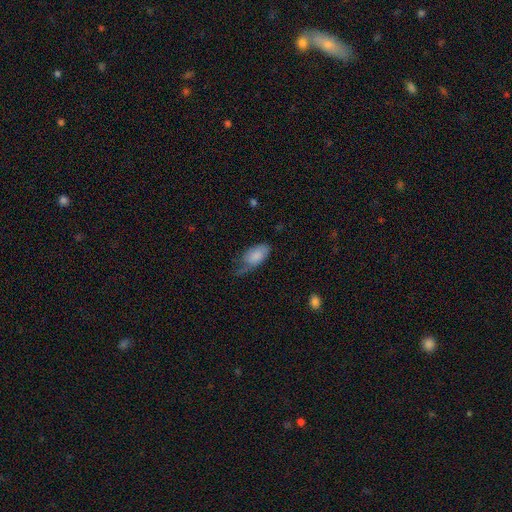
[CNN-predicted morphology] Smooth or featured? smooth (78%)
How rounded? in between (93%)
Merging? minor disturbance (39%)